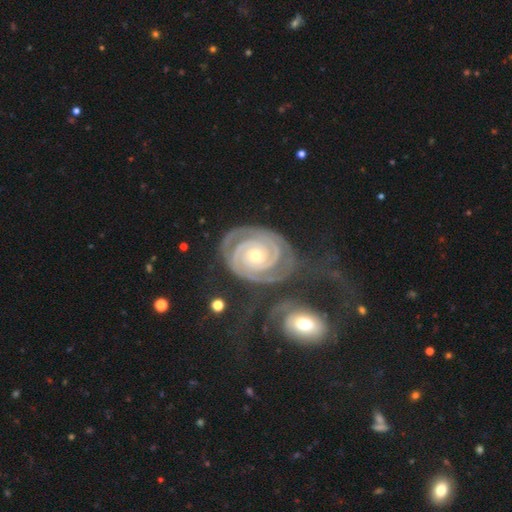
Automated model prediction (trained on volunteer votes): Overall: featured or disk (93%). Edge-on disk: no (98%). Bar: no (76%). Spiral arms: yes (99%). Spiral arm count: 2 (78%). Spiral winding: tight (87%). Bulge size: small (66%; moderate 31%). Merging: none (60%).